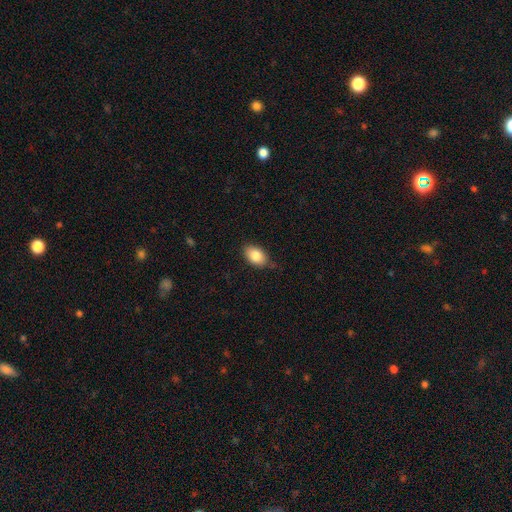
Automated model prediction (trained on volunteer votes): Overall: smooth (84%). How rounded: in between (88%). Merging: none (76%).